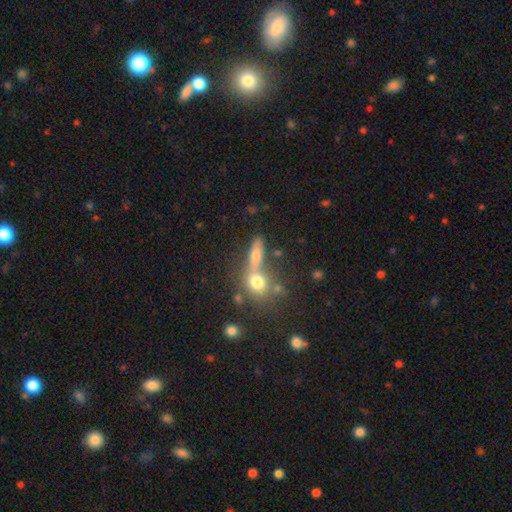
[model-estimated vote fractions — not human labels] smooth_or_featured: smooth (p=0.66) [alt: featured or disk p=0.21]
how_rounded: in between (p=0.42) [alt: cigar-shaped p=0.34]
merging: none (p=0.48) [alt: merger p=0.36]